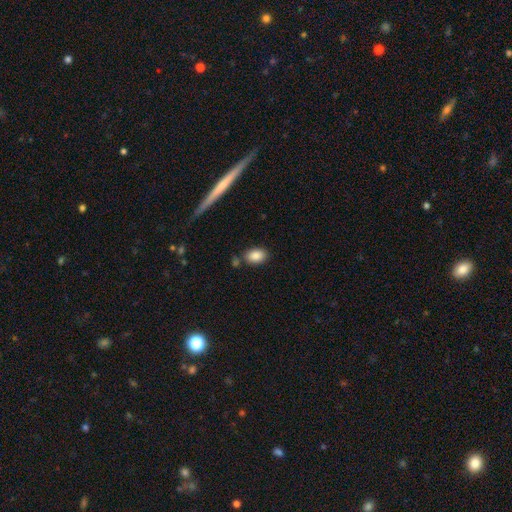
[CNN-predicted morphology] Smooth or featured? smooth (87%)
How rounded? in between (83%)
Merging? none (78%)